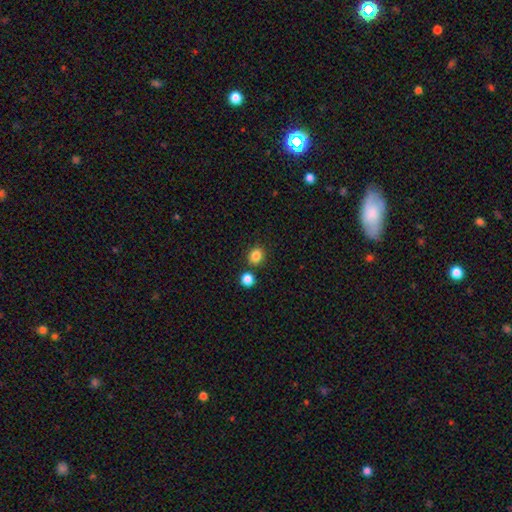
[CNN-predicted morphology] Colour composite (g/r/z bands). It shows a smooth galaxy with no disk features (84%) that is round (72%). Merging: none (80%).